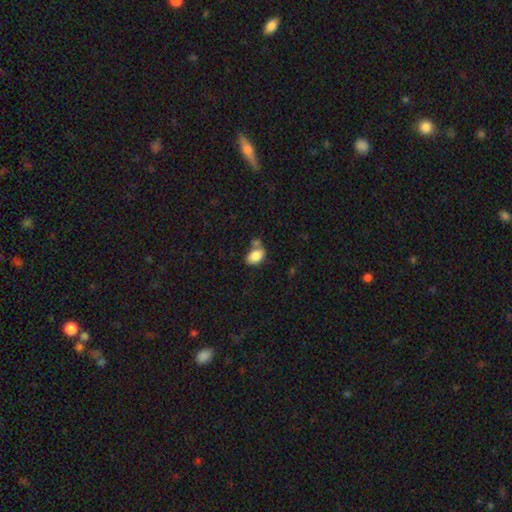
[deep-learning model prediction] smooth-or-featured: smooth: 84% | featured or disk: 8% | star or artifact: 8%
  how-rounded: in between: 84% | round: 14% | cigar-shaped: 1%
  merging: none: 46% | merger: 30% | minor disturbance: 18% | major disturbance: 6%